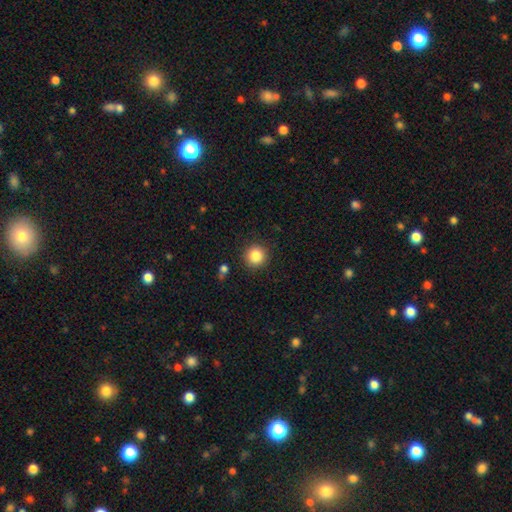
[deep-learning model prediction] smooth_or_featured: smooth (p=0.85) [alt: star or artifact p=0.10]
how_rounded: round (p=0.94) [alt: in between p=0.05]
merging: none (p=0.90) [alt: minor disturbance p=0.06]